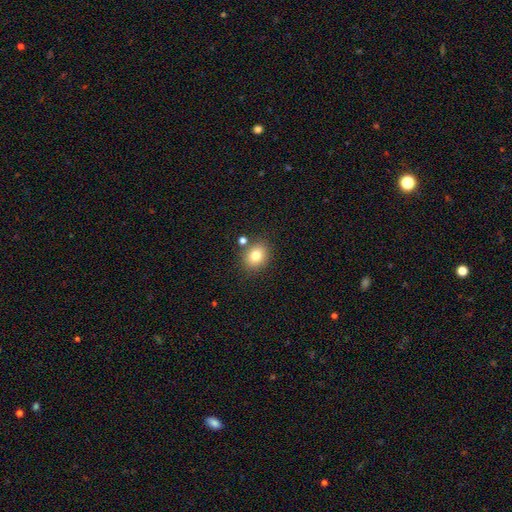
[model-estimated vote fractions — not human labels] smooth 79%, star or artifact 11%, featured or disk 9%. Down the decision tree: how rounded — round (62%); merging — none (80%).